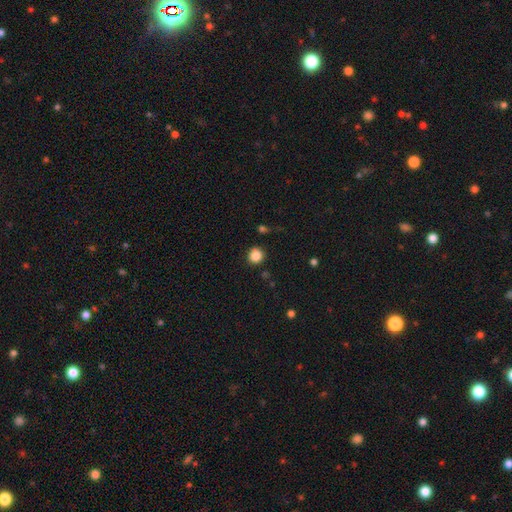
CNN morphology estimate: A smooth galaxy with no disk features (86%) that is round (91%).

Vote fractions:
- Smooth or featured? smooth: 86% / star or artifact: 11% / featured or disk: 3%
- How rounded? round: 91% / in between: 8% / cigar-shaped: 1%
- Merging? none: 88% / minor disturbance: 8% / major disturbance: 2% / merger: 2%